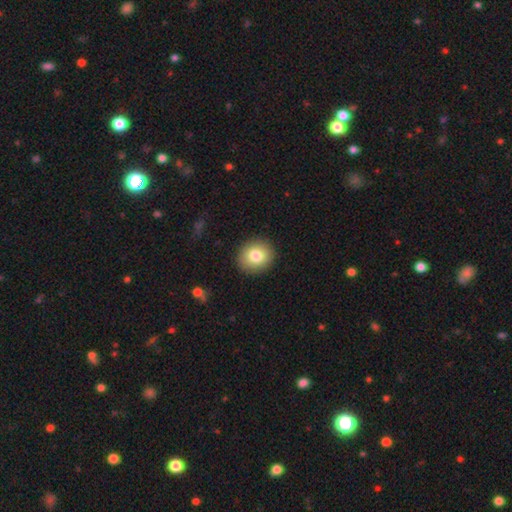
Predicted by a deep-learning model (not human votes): A smooth galaxy with no disk features (81%) that is round (79%). Merging: none (91%).